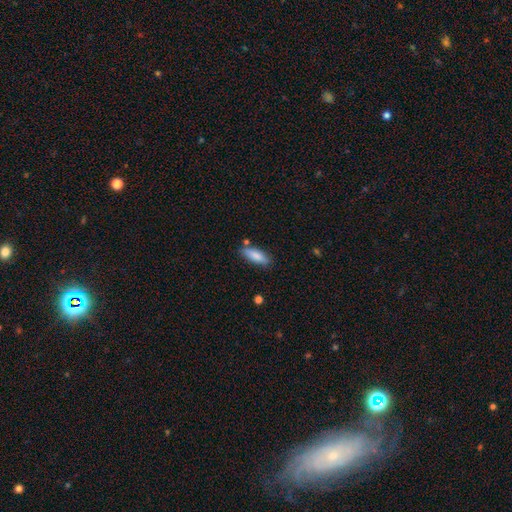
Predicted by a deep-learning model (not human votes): smooth-or-featured: smooth: 84% | featured or disk: 10% | star or artifact: 6%
  how-rounded: in between: 62% | cigar-shaped: 36% | round: 2%
  merging: none: 75% | minor disturbance: 16% | merger: 5% | major disturbance: 3%